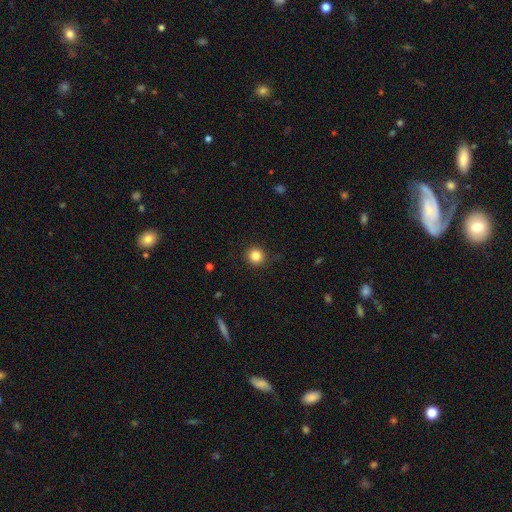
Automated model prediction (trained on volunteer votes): smooth_or_featured: smooth (p=0.85) [alt: star or artifact p=0.11]
how_rounded: round (p=0.94) [alt: in between p=0.05]
merging: none (p=0.89) [alt: minor disturbance p=0.07]